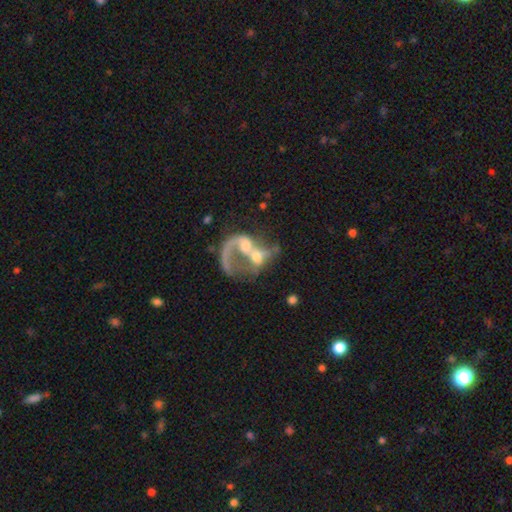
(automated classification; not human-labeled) featured or disk 74%, smooth 17%, star or artifact 9%. Down the decision tree: edge-on disk — no (97%); bar — no (65%); spiral arms — yes (67%); bulge size — moderate (48%); merging — merger (55%).